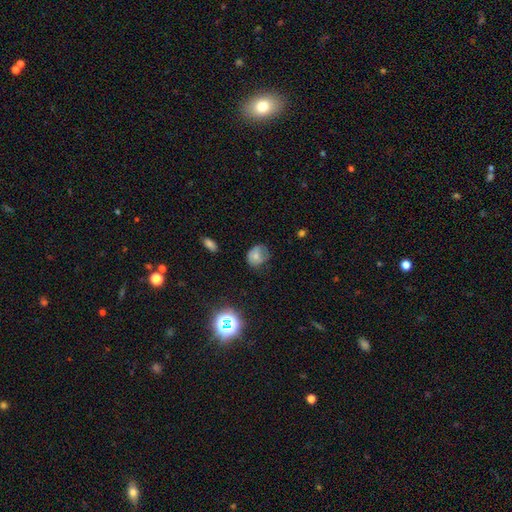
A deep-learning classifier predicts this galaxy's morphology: Smooth or featured? Predicted: smooth (p=0.67). How rounded? Predicted: round (p=0.60). Merging? Predicted: none (p=0.52).